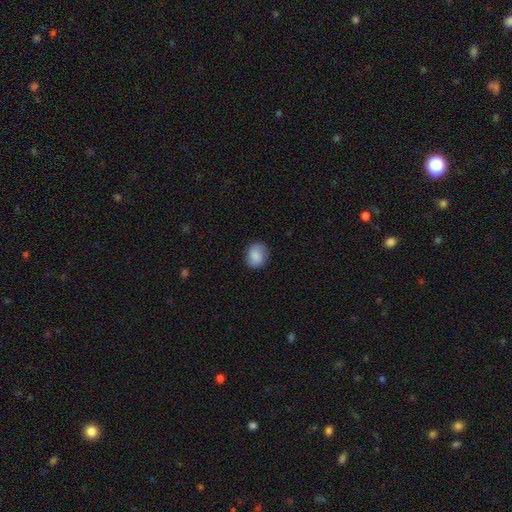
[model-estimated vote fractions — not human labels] A smooth galaxy with no disk features (84%) that is round (62%).

Vote fractions:
- Smooth or featured? smooth: 84% / featured or disk: 9% / star or artifact: 7%
- How rounded? round: 62% / in between: 38% / cigar-shaped: 1%
- Merging? none: 82% / minor disturbance: 14% / major disturbance: 3% / merger: 1%